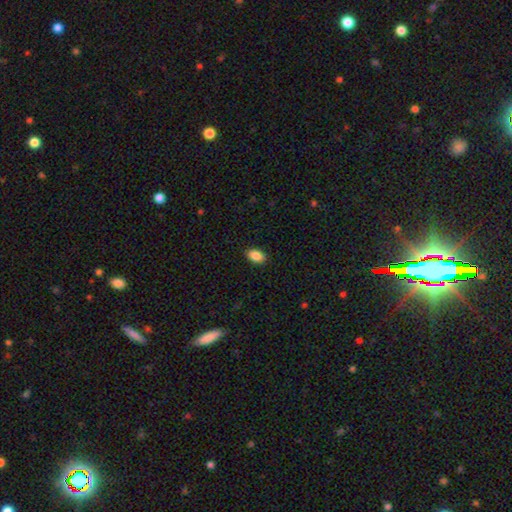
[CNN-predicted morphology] Smooth or featured? Predicted: smooth (p=0.89). How rounded? Predicted: in between (p=0.91). Merging? Predicted: none (p=0.89).